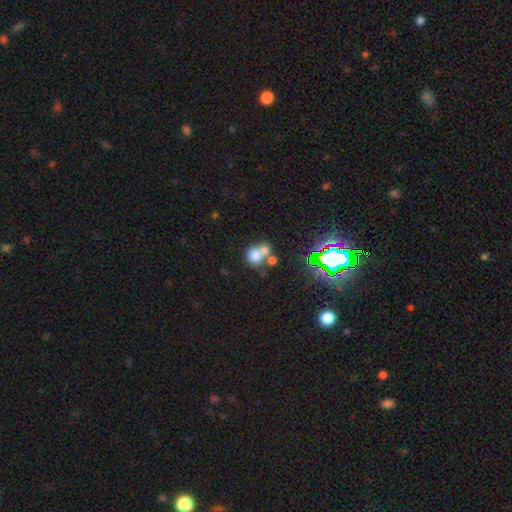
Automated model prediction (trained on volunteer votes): Smooth or featured: smooth — 67% (star or artifact — 18%)
How rounded: round — 73% (in between — 26%)
Merging: merger — 58% (none — 31%)